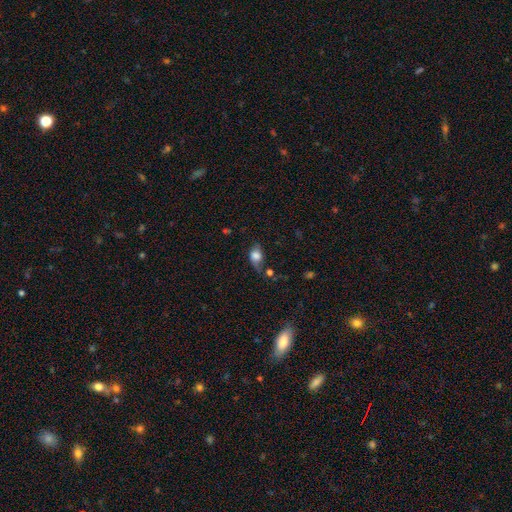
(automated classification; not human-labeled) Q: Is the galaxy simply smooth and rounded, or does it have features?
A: smooth — 74%.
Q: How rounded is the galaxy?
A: in between — 66%.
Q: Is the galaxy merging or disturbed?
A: none — 40%.